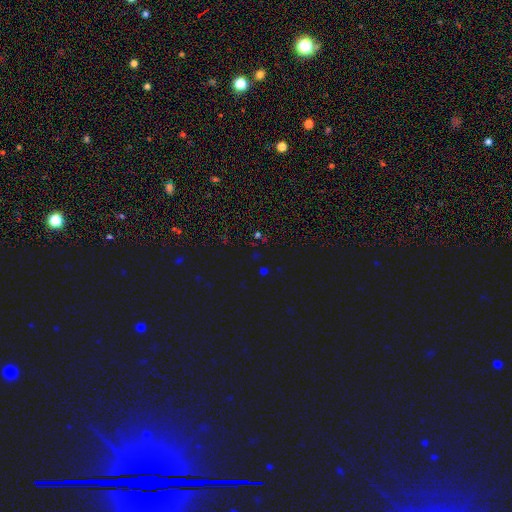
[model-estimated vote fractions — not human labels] Overall: star or artifact (67%).